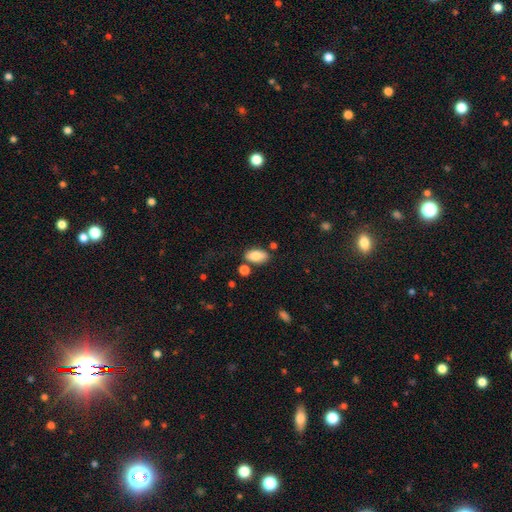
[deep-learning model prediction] smooth 82%, featured or disk 11%, star or artifact 7%. Down the decision tree: how rounded — in between (93%); merging — none (75%).